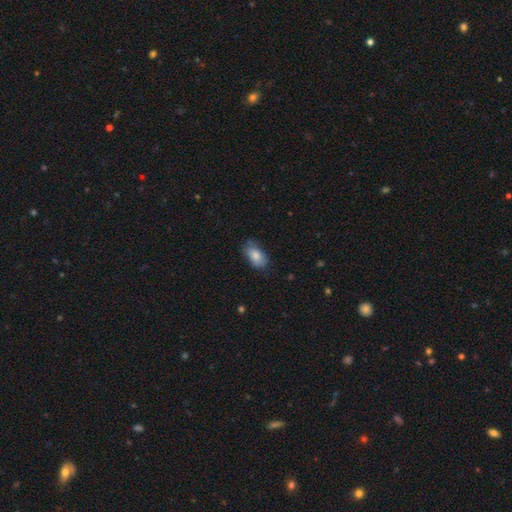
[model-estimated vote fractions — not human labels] Smooth or featured: smooth — 82% (featured or disk — 12%)
How rounded: in between — 92% (round — 6%)
Merging: none — 68% (minor disturbance — 25%)